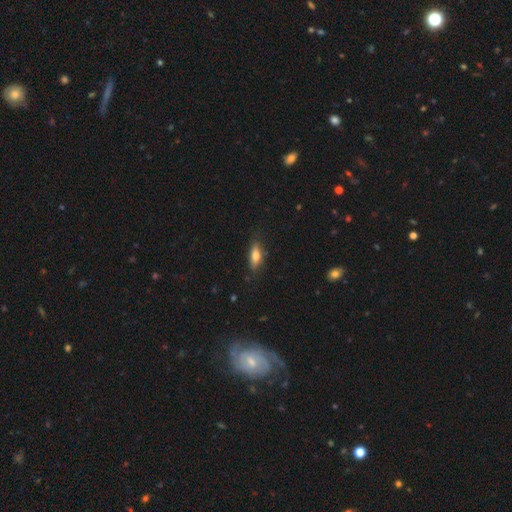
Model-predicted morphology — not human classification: smooth_or_featured: smooth (p=0.70) [alt: featured or disk p=0.23]
how_rounded: in between (p=0.64) [alt: cigar-shaped p=0.33]
merging: none (p=0.80) [alt: minor disturbance p=0.16]